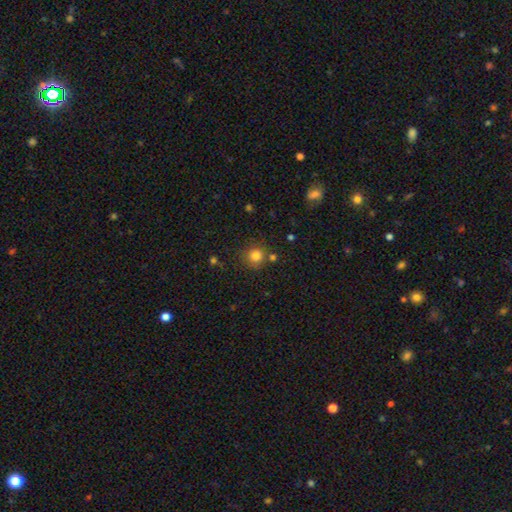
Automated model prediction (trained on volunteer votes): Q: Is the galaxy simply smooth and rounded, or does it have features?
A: smooth — 82%.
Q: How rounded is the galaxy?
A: round — 92%.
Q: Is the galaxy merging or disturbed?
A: none — 79%.